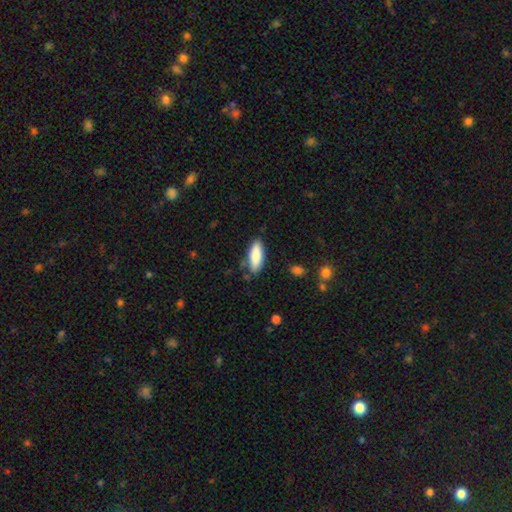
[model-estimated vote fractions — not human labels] Smooth or featured?
  - smooth: 85% *
  - featured or disk: 9%
  - star or artifact: 6%
How rounded?
  - in between: 65% *
  - cigar-shaped: 34%
  - round: 2%
Merging?
  - none: 79% *
  - minor disturbance: 15%
  - major disturbance: 3%
  - merger: 3%